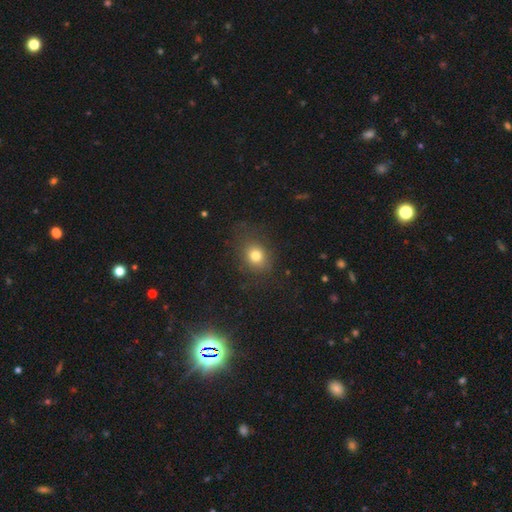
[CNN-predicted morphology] A smooth galaxy with no disk features (77%) that is round (60%).

Vote fractions:
- Smooth or featured? smooth: 77% / star or artifact: 14% / featured or disk: 9%
- How rounded? round: 60% / in between: 39% / cigar-shaped: 1%
- Merging? none: 78% / minor disturbance: 14% / major disturbance: 7% / merger: 1%